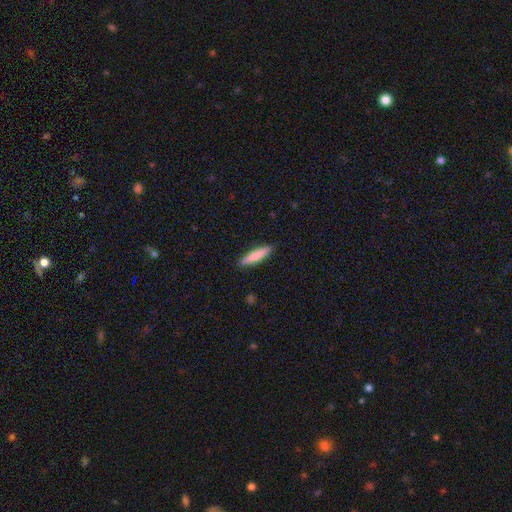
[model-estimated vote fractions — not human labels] A smooth galaxy with no disk features (76%) that is cigar-shaped (87%). Merging: none (91%).